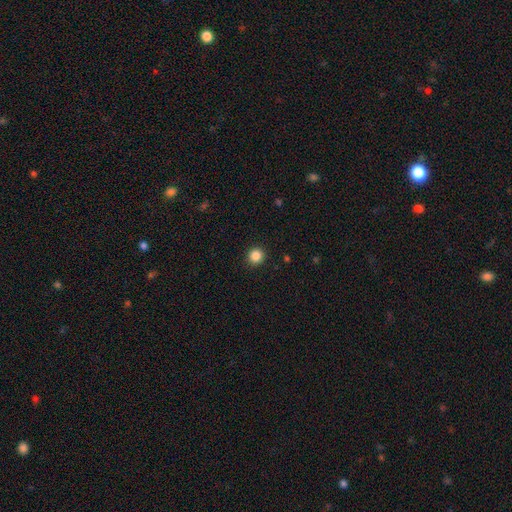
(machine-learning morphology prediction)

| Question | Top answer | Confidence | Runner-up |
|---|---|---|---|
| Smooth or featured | smooth | 86% | star or artifact (10%) |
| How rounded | round | 90% | in between (9%) |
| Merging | none | 92% | minor disturbance (5%) |